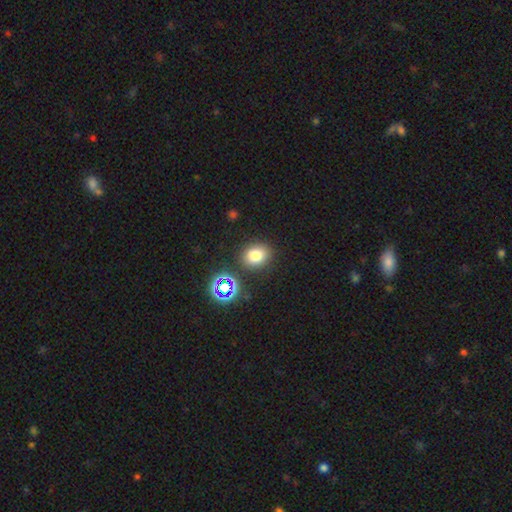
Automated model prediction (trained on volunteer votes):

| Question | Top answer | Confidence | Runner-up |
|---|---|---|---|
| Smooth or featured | smooth | 75% | star or artifact (17%) |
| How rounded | round | 59% | in between (40%) |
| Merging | none | 84% | minor disturbance (9%) |